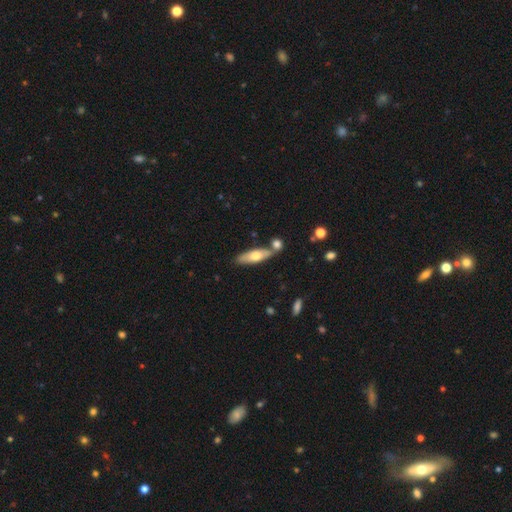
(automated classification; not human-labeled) Overall: smooth (60%; featured or disk 34%). How rounded: cigar-shaped (51%; in between 47%). Merging: none (62%; merger 22%).